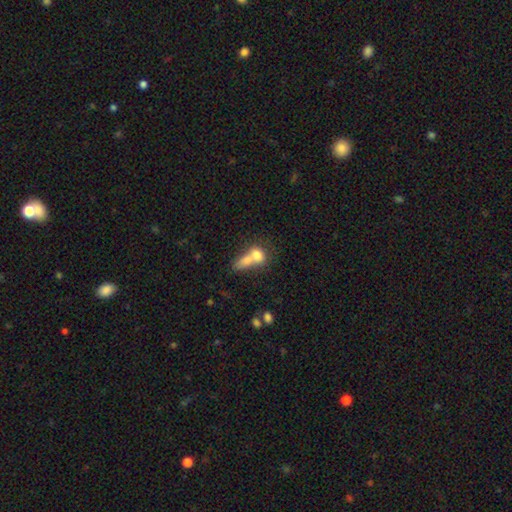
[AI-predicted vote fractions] The model was most divided on "how rounded": in between: 59%, round: 34%, cigar-shaped: 7%. More confident: smooth or featured — smooth (72%); merging — merger (66%).